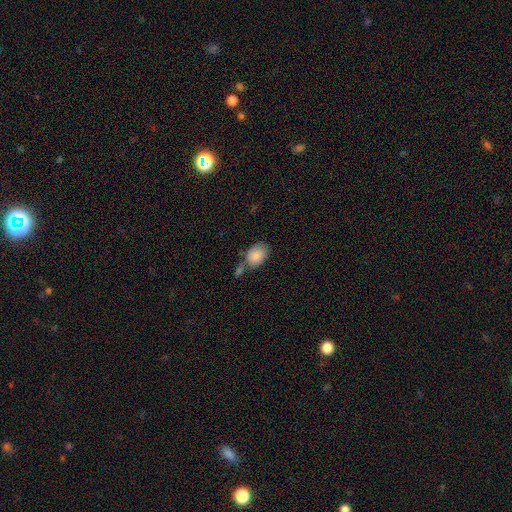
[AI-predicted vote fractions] Smooth or featured? Predicted: smooth (p=0.87). How rounded? Predicted: in between (p=0.77). Merging? Predicted: none (p=0.46).